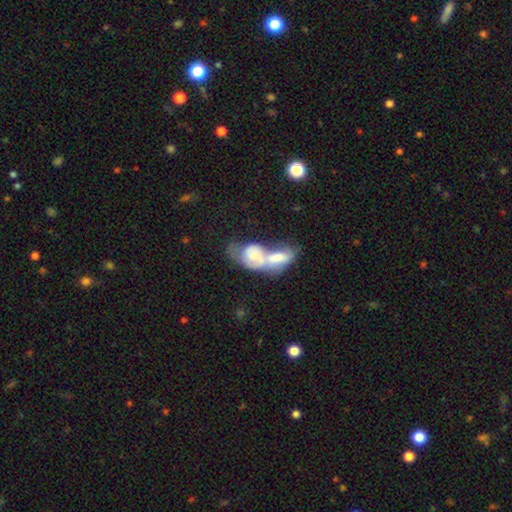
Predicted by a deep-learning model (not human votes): smooth_or_featured: smooth (p=0.46) [alt: featured or disk p=0.45]
merging: merger (p=0.80) [alt: none p=0.09]